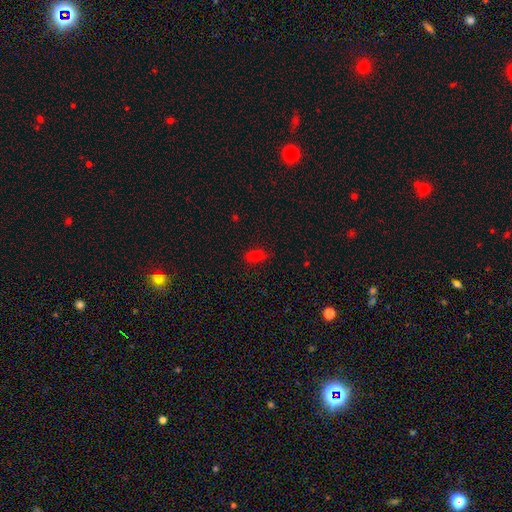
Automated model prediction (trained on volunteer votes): A smooth galaxy with no disk features (76%) that is in between round and cigar-shaped (82%).

Vote fractions:
- Smooth or featured? smooth: 76% / star or artifact: 15% / featured or disk: 9%
- How rounded? in between: 82% / round: 10% / cigar-shaped: 8%
- Merging? none: 81% / minor disturbance: 15% / major disturbance: 3% / merger: 1%